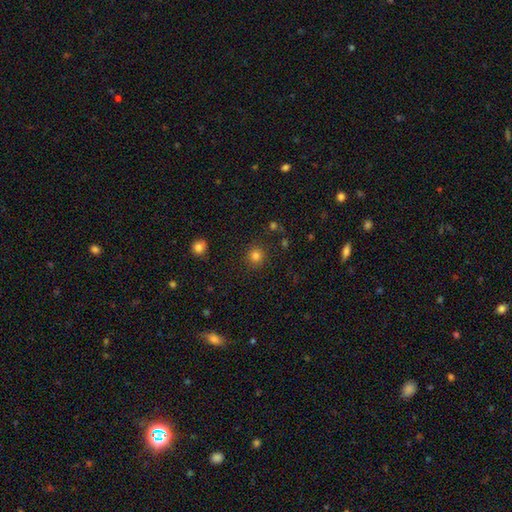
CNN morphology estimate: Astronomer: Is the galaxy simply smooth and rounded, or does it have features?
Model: smooth — 82%.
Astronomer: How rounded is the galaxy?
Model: round — 92%.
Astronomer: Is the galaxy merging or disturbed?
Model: none — 88%.